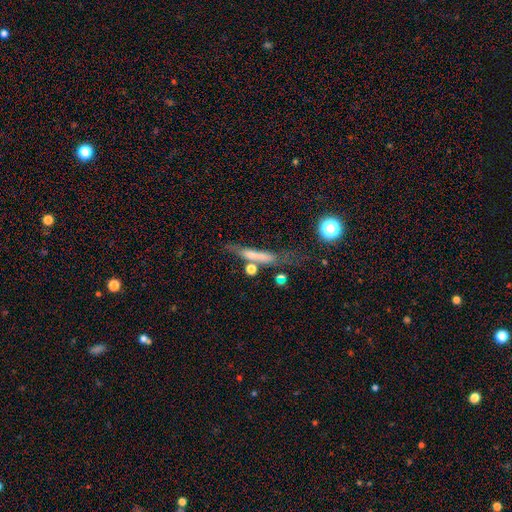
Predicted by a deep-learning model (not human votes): Morphology: type=smooth (48%); merging=none (50%).